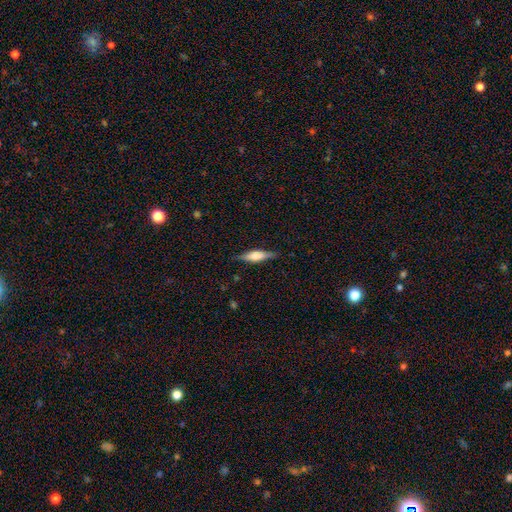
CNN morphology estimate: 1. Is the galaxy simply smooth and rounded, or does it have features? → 59% featured or disk, 34% smooth, 6% star or artifact.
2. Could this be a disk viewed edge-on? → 96% yes, 4% no.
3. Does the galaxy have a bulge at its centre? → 77% rounded, 18% boxy, 4% none.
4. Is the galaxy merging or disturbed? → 86% none, 10% minor disturbance, 2% major disturbance, 1% merger.